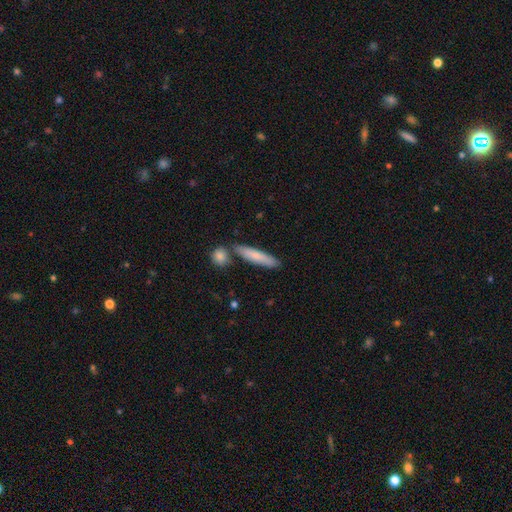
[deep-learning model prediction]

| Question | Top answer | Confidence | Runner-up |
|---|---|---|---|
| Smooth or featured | smooth | 73% | featured or disk (21%) |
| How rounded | cigar-shaped | 85% | in between (13%) |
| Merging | none | 76% | minor disturbance (11%) |